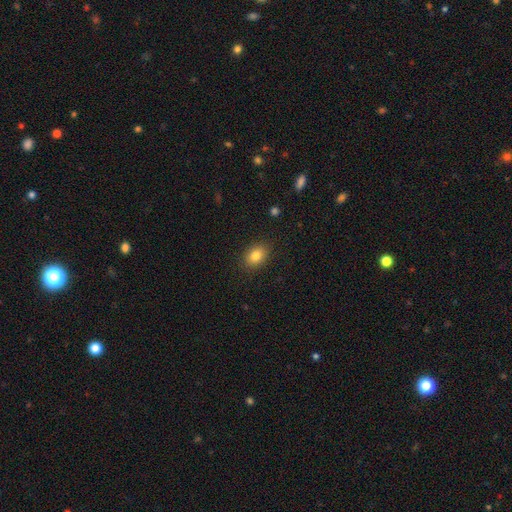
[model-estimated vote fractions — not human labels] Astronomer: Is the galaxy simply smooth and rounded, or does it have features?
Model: smooth — 84%.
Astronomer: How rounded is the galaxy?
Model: in between — 75%.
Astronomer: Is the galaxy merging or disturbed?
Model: none — 88%.